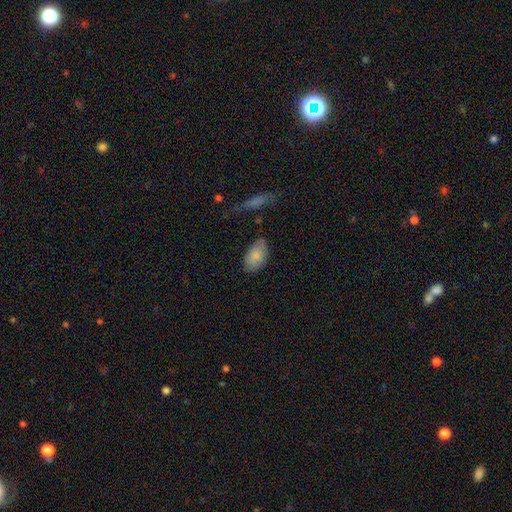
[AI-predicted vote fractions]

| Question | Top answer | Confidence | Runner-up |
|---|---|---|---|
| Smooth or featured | smooth | 84% | featured or disk (10%) |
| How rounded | in between | 94% | round (5%) |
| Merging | none | 76% | minor disturbance (18%) |